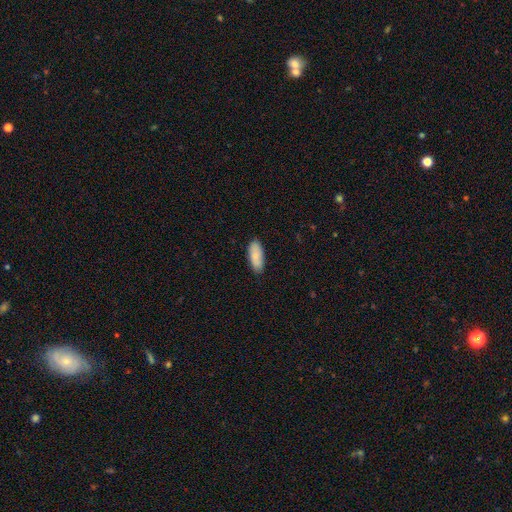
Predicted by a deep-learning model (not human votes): Smooth or featured? Predicted: smooth (p=0.84). How rounded? Predicted: in between (p=0.82). Merging? Predicted: none (p=0.85).